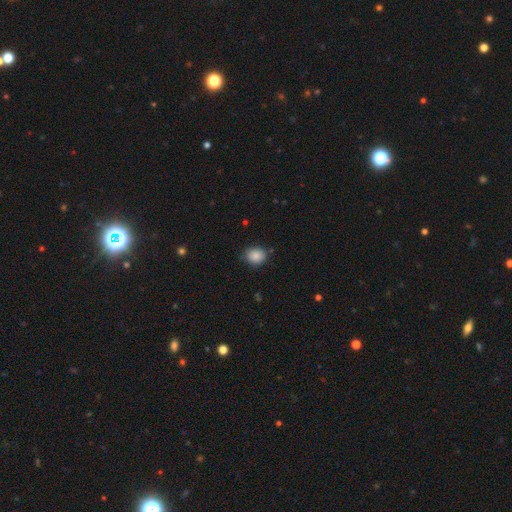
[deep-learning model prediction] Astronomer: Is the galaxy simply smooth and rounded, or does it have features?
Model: smooth — 86%.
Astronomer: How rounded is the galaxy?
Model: round — 57% (runner-up: in between, 43%).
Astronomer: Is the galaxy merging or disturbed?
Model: none — 79%.